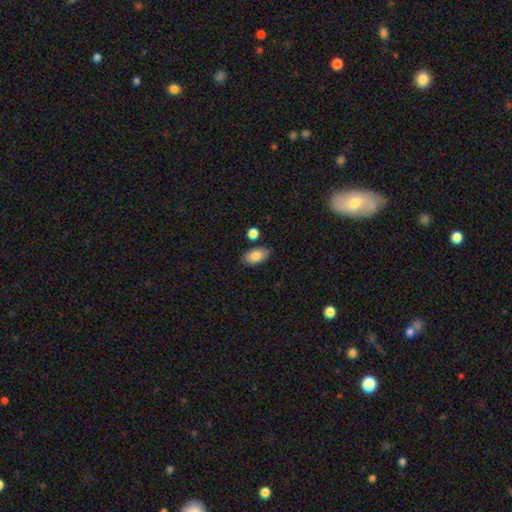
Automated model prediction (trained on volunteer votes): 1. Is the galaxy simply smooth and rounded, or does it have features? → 84% smooth, 9% featured or disk, 7% star or artifact.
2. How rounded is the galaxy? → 93% in between, 5% round, 2% cigar-shaped.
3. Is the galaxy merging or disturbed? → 81% none, 11% minor disturbance, 5% merger, 2% major disturbance.